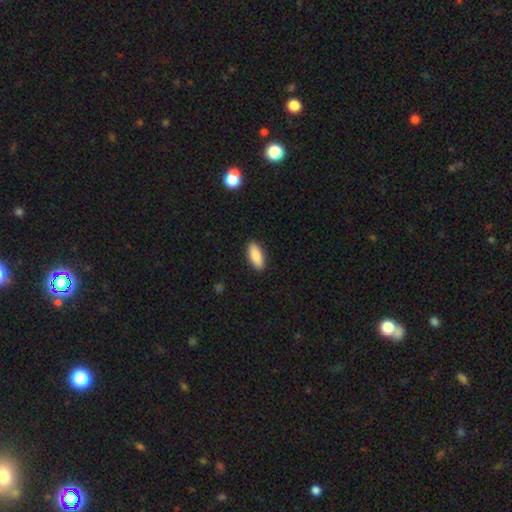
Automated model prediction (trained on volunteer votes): Smooth or featured?
  - smooth: 88% *
  - star or artifact: 6%
  - featured or disk: 6%
How rounded?
  - in between: 76% *
  - cigar-shaped: 22%
  - round: 2%
Merging?
  - none: 89% *
  - minor disturbance: 8%
  - major disturbance: 2%
  - merger: 1%